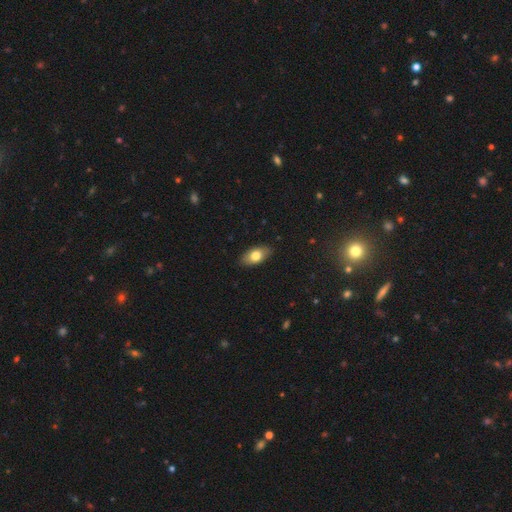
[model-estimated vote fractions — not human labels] Smooth or featured: smooth — 76% (featured or disk — 18%)
How rounded: in between — 90% (round — 5%)
Merging: none — 87% (minor disturbance — 10%)